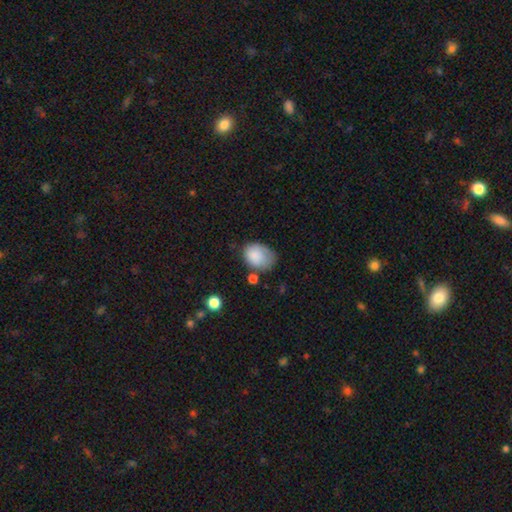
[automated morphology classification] A smooth galaxy with no disk features (83%) that is in between round and cigar-shaped (68%). Merging: none (47%).